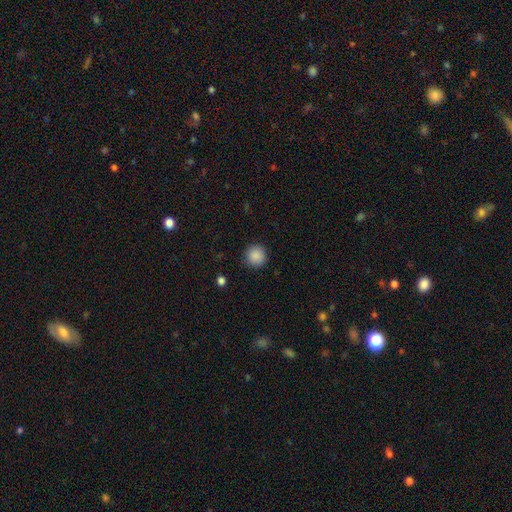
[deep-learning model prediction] Smooth or featured: smooth — 88% (star or artifact — 9%)
How rounded: round — 94% (in between — 5%)
Merging: none — 89% (minor disturbance — 8%)